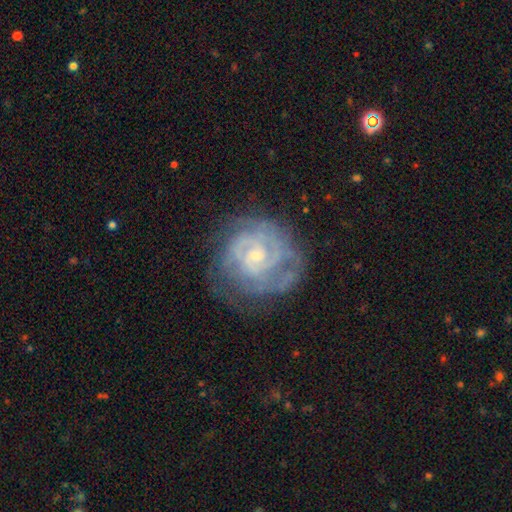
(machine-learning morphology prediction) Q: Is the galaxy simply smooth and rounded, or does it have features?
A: featured or disk — 84%.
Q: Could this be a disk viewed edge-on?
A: no — 98%.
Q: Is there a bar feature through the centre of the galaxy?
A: no — 56%.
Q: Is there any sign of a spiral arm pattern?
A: yes — 94%.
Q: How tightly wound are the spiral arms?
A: tight — 70%.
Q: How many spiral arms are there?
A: can't tell — 33%.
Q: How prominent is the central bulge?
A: small — 60%.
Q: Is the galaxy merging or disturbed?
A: none — 69%.